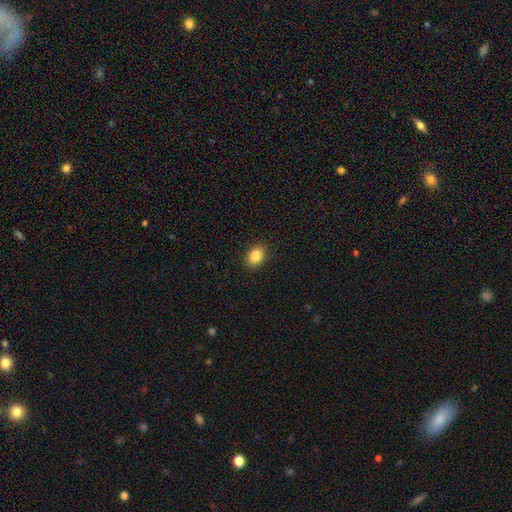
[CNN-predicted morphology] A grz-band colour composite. It shows a smooth galaxy with no disk features (87%) that is in between round and cigar-shaped (72%). Merging: none (89%).